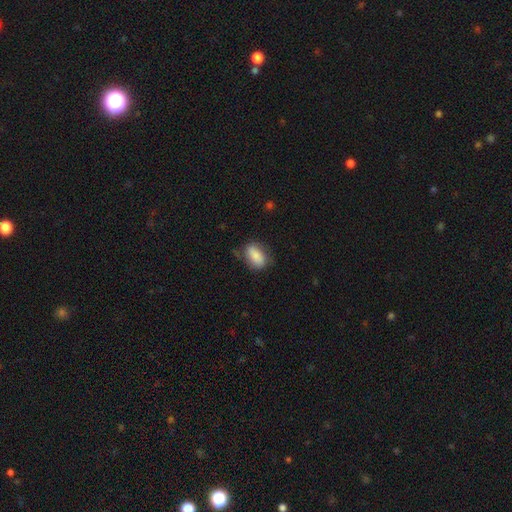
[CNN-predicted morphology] smooth-or-featured: smooth: 80% | featured or disk: 13% | star or artifact: 7%
  how-rounded: in between: 88% | round: 9% | cigar-shaped: 3%
  merging: none: 63% | minor disturbance: 26% | major disturbance: 8% | merger: 2%